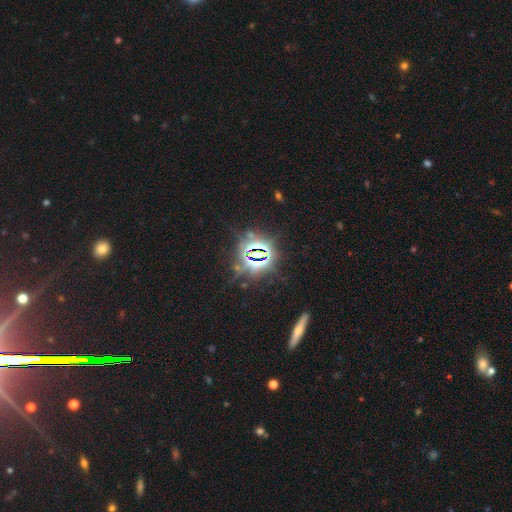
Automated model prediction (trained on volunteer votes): Q: Smooth or featured?
A: star or artifact (82%); runner-up: smooth (10%)